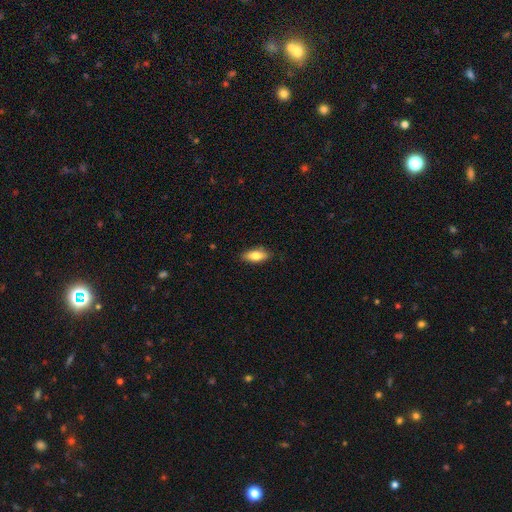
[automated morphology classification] A smooth galaxy with no disk features (78%) that is in between round and cigar-shaped (80%).

Vote fractions:
- Smooth or featured? smooth: 78% / featured or disk: 15% / star or artifact: 7%
- How rounded? in between: 80% / cigar-shaped: 18% / round: 3%
- Merging? none: 85% / minor disturbance: 12% / major disturbance: 2% / merger: 1%